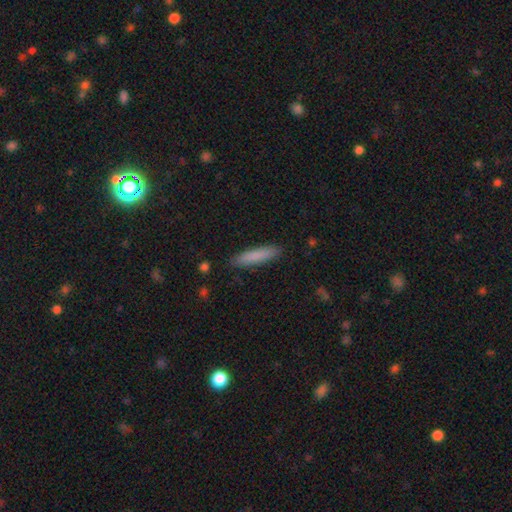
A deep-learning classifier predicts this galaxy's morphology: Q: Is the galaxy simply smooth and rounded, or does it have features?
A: smooth — 84%.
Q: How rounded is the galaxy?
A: cigar-shaped — 86%.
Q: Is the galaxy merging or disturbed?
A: none — 89%.